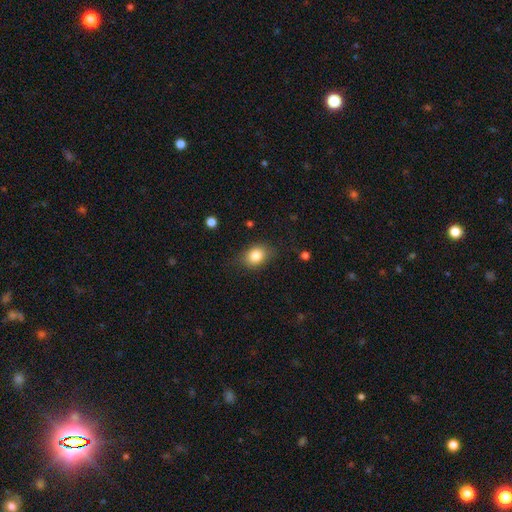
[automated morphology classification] Overall: smooth (83%). How rounded: in between (59%; round 40%). Merging: none (78%).